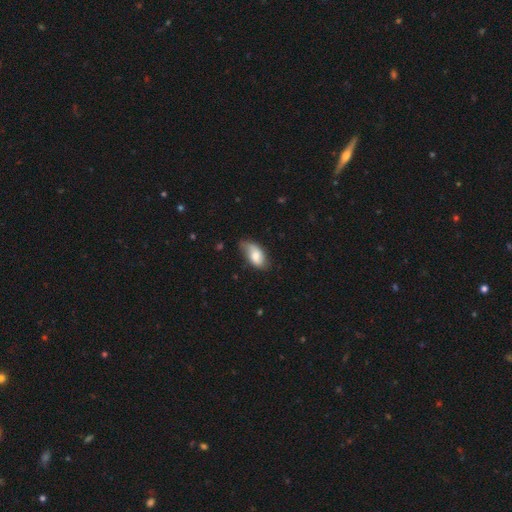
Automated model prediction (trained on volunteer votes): Smooth or featured?
  - smooth: 70% *
  - featured or disk: 23%
  - star or artifact: 7%
How rounded?
  - in between: 92% *
  - cigar-shaped: 5%
  - round: 3%
Merging?
  - none: 51% *
  - minor disturbance: 37%
  - major disturbance: 9%
  - merger: 2%